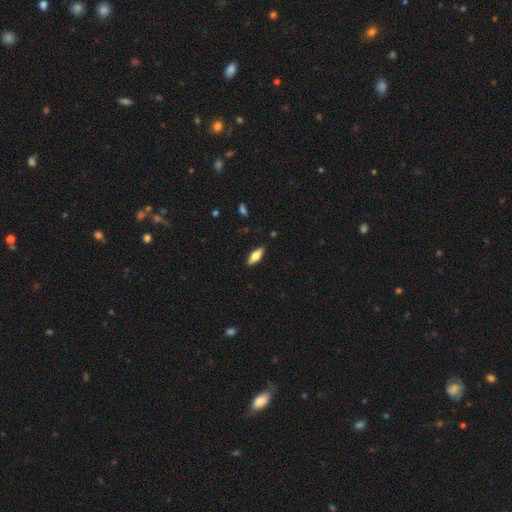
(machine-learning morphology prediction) Smooth or featured: smooth — 70% (featured or disk — 24%)
How rounded: in between — 69% (cigar-shaped — 29%)
Merging: none — 89% (minor disturbance — 8%)